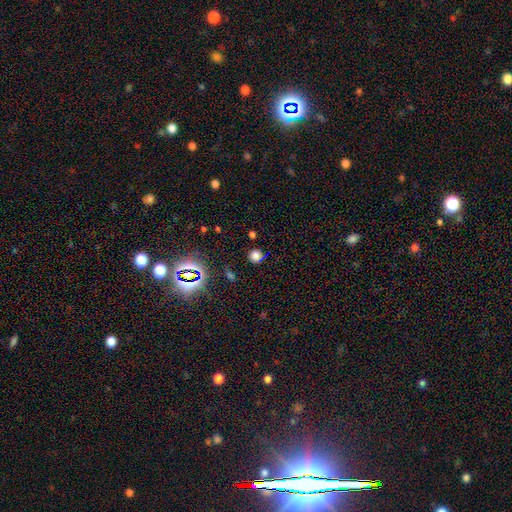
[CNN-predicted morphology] Overall: smooth (68%). How rounded: round (89%). Merging: none (82%).